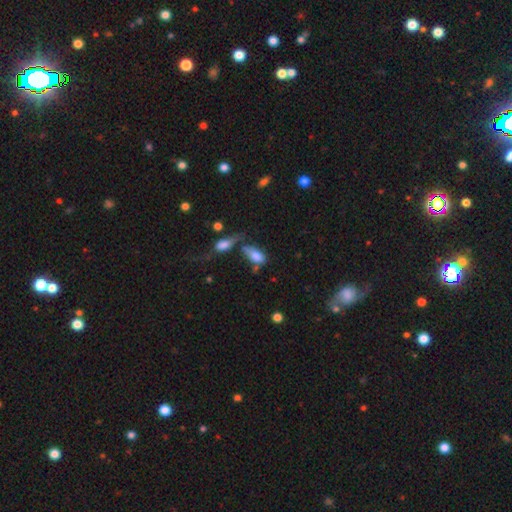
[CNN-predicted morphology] smooth-or-featured: smooth: 78% | featured or disk: 14% | star or artifact: 8%
  how-rounded: in between: 89% | cigar-shaped: 7% | round: 3%
  merging: none: 30% | merger: 28% | minor disturbance: 23% | major disturbance: 20%